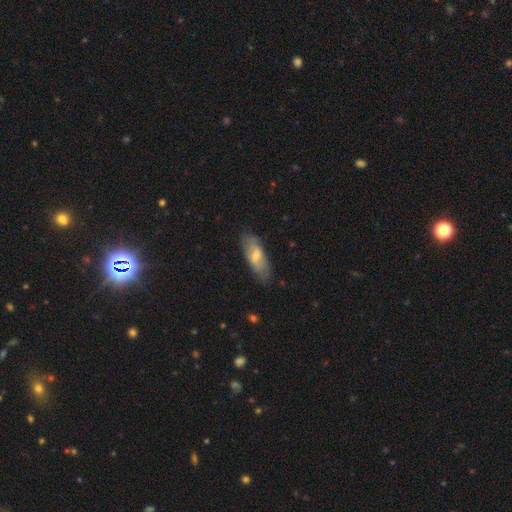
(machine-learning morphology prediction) Smooth or featured? smooth (52%)
How rounded? in between (65%)
Merging? none (79%)